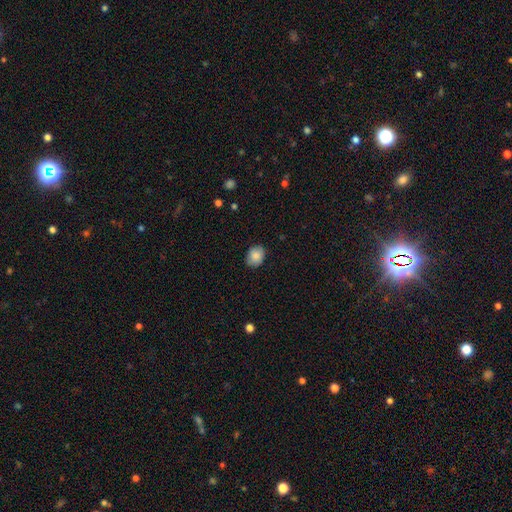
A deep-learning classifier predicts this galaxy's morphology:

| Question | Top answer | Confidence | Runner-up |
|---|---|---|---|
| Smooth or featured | smooth | 86% | star or artifact (7%) |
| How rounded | in between | 60% | round (39%) |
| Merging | none | 84% | minor disturbance (13%) |